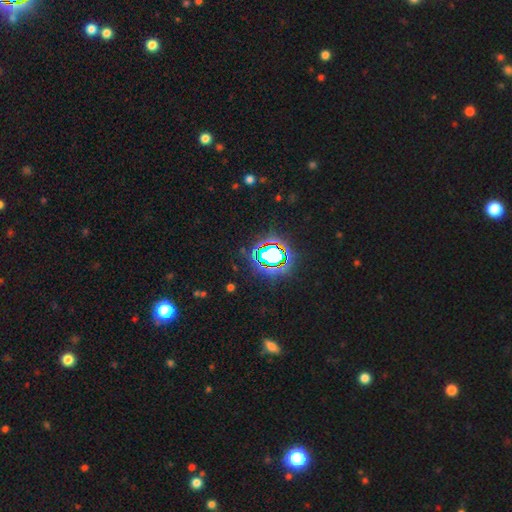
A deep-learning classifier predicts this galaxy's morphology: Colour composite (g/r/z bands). It shows a star or artifact, not a galaxy (79%).